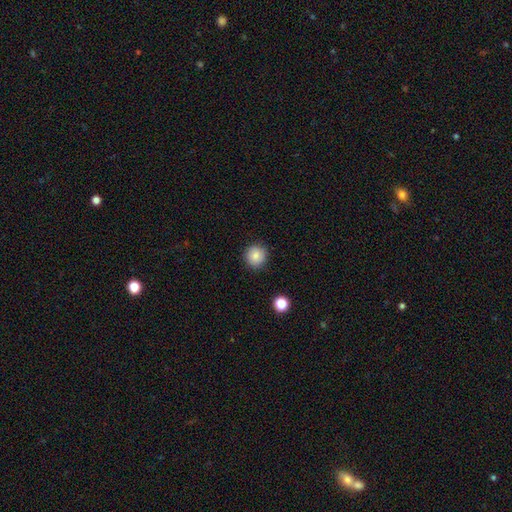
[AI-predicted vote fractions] smooth-or-featured: smooth: 84% | star or artifact: 9% | featured or disk: 6%
  how-rounded: round: 94% | in between: 5% | cigar-shaped: 1%
  merging: none: 90% | minor disturbance: 7% | major disturbance: 2% | merger: 1%